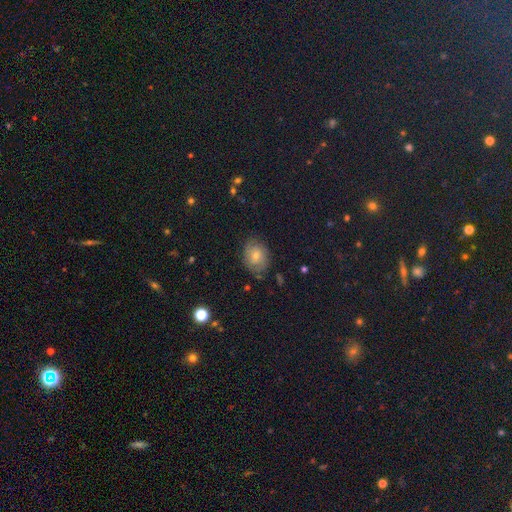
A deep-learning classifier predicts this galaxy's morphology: smooth-or-featured: featured or disk: 46% | smooth: 41% | star or artifact: 13%
  merging: none: 74% | minor disturbance: 18% | major disturbance: 6% | merger: 1%